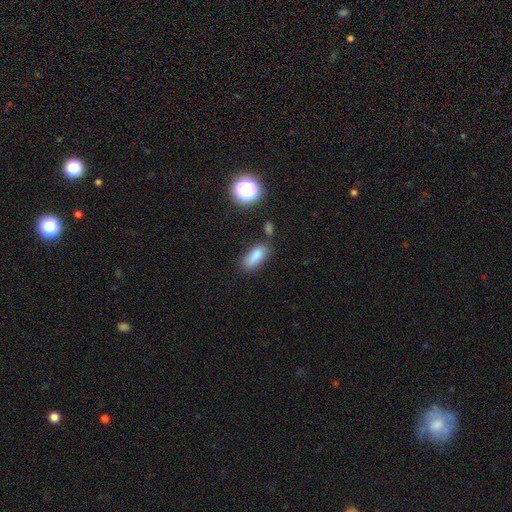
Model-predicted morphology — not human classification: Smooth or featured? Predicted: smooth (p=0.82). How rounded? Predicted: in between (p=0.76). Merging? Predicted: none (p=0.72).